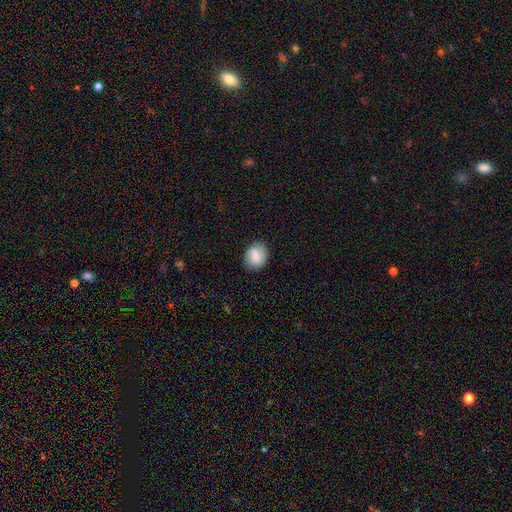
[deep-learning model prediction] smooth 71%, featured or disk 22%, star or artifact 8%. Down the decision tree: how rounded — round (57%); merging — none (81%).